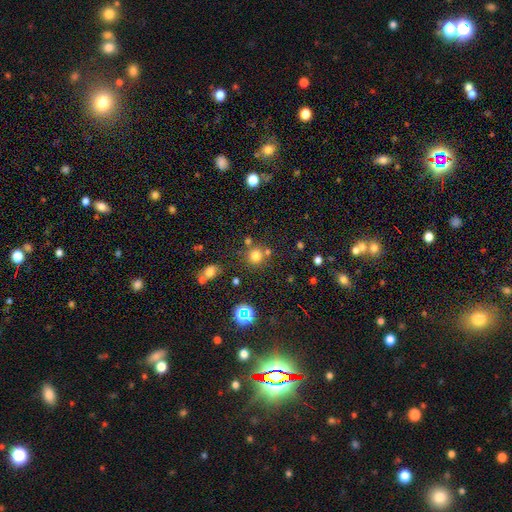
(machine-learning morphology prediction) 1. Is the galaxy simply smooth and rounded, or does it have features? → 72% smooth, 21% star or artifact, 7% featured or disk.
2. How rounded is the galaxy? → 91% round, 8% in between, 1% cigar-shaped.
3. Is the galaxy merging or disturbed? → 72% none, 14% merger, 10% minor disturbance, 4% major disturbance.